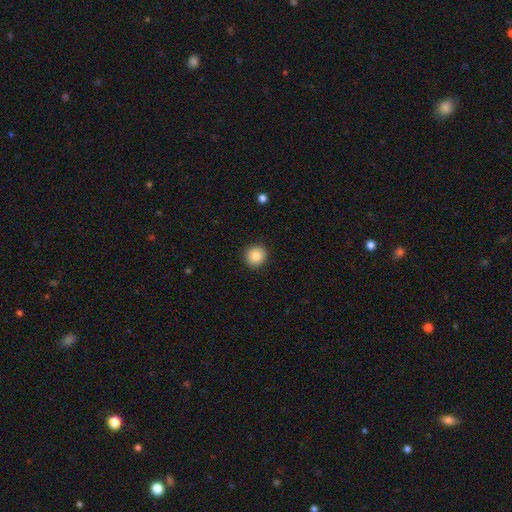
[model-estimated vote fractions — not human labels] Smooth or featured?
  - smooth: 85% *
  - star or artifact: 9%
  - featured or disk: 6%
How rounded?
  - round: 90% *
  - in between: 9%
  - cigar-shaped: 1%
Merging?
  - none: 92% *
  - minor disturbance: 5%
  - major disturbance: 2%
  - merger: 1%